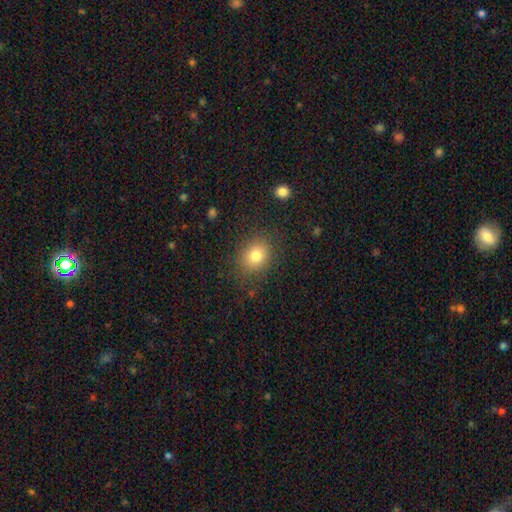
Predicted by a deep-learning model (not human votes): Q: Smooth or featured?
A: smooth (80%); runner-up: star or artifact (11%)
Q: How rounded?
A: round (58%); runner-up: in between (41%)
Q: Merging?
A: none (83%); runner-up: minor disturbance (11%)